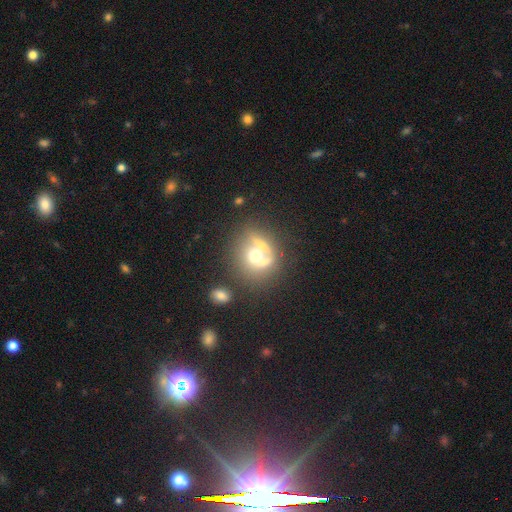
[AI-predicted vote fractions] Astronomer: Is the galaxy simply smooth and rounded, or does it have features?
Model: smooth — 53% (runner-up: featured or disk, 35%).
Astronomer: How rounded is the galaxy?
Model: round — 76%.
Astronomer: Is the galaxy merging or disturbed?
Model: merger — 37% (runner-up: none, 35%).